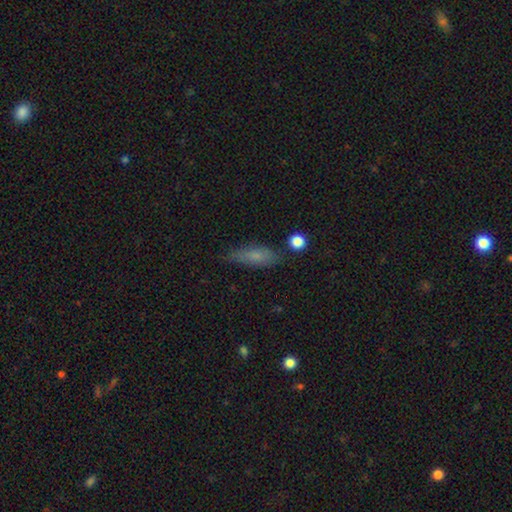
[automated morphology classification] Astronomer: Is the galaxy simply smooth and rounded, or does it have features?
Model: smooth — 70%.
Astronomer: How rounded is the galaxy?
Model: cigar-shaped — 48%, tied with in between at 48%.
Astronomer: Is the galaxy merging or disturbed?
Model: none — 75%.